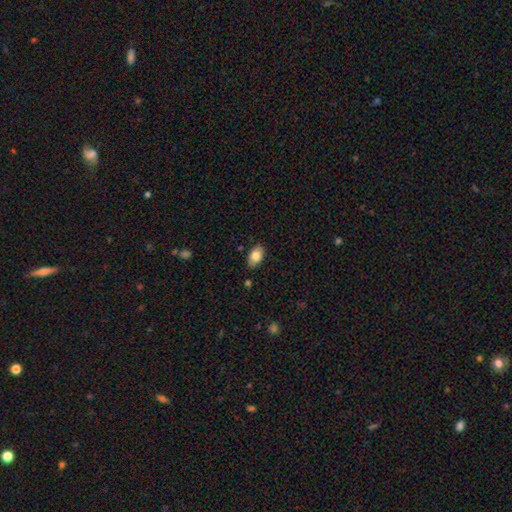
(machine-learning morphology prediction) smooth-or-featured: smooth: 82% | featured or disk: 11% | star or artifact: 7%
  how-rounded: in between: 91% | round: 7% | cigar-shaped: 2%
  merging: none: 84% | minor disturbance: 12% | major disturbance: 2% | merger: 2%